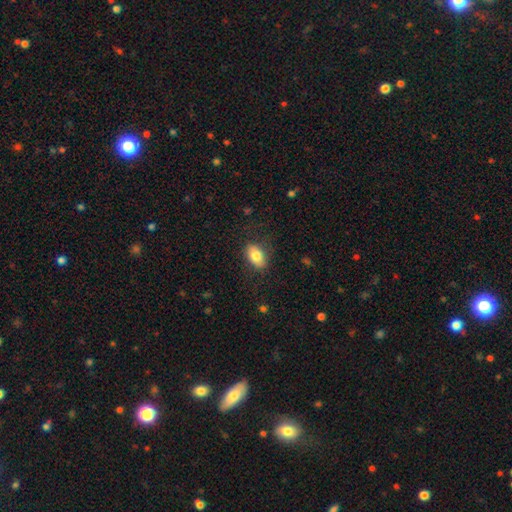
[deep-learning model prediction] Morphology: type=smooth (81%); roundness=in between (89%); merging=none (81%).